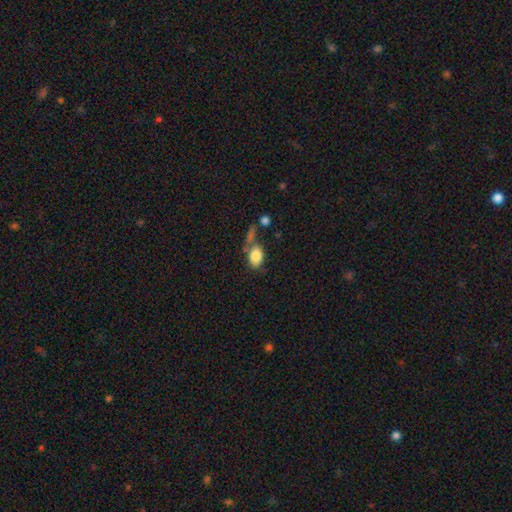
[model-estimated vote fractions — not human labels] Smooth or featured? Predicted: smooth (p=0.83). How rounded? Predicted: in between (p=0.84). Merging? Predicted: none (p=0.44).